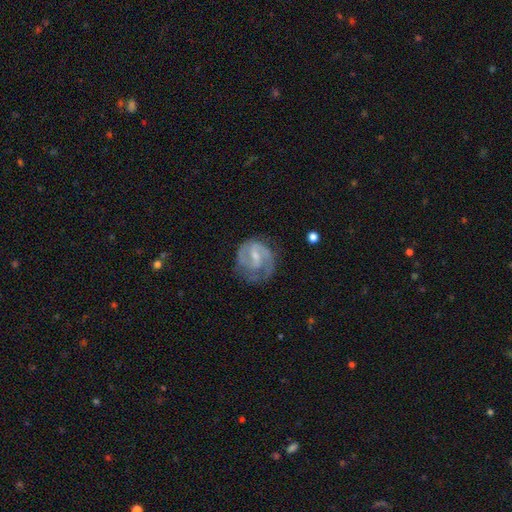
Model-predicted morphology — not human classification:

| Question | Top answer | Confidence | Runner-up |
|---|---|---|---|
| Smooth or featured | featured or disk | 83% | smooth (12%) |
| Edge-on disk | no | 98% | yes (2%) |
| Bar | weak | 57% | strong (23%) |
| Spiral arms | yes | 94% | no (6%) |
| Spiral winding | medium | 49% | tight (37%) |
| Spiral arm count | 2 | 71% | can't tell (10%) |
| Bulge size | small | 55% | moderate (33%) |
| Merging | none | 59% | minor disturbance (23%) |